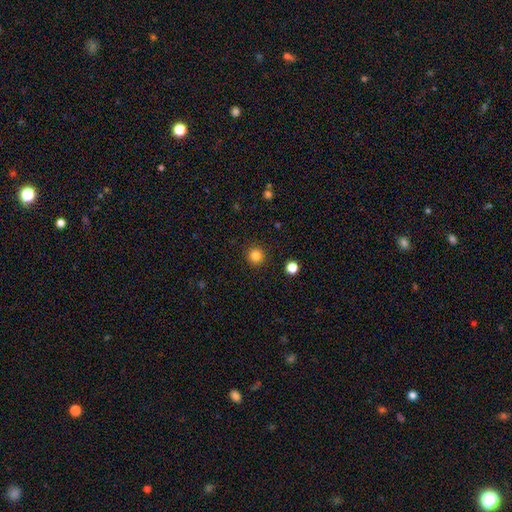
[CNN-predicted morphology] Smooth or featured?
  - smooth: 83% *
  - star or artifact: 13%
  - featured or disk: 5%
How rounded?
  - round: 95% *
  - in between: 4%
  - cigar-shaped: 1%
Merging?
  - none: 92% *
  - minor disturbance: 5%
  - major disturbance: 2%
  - merger: 1%